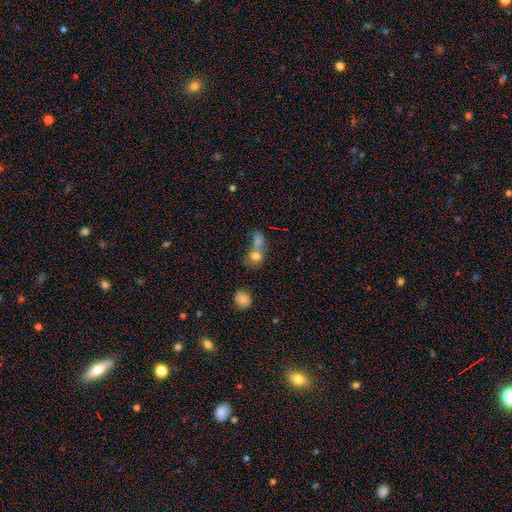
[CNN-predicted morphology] The model was most divided on "how rounded": round: 54%, in between: 44%, cigar-shaped: 2%. More confident: smooth or featured — smooth (73%); merging — merger (65%).